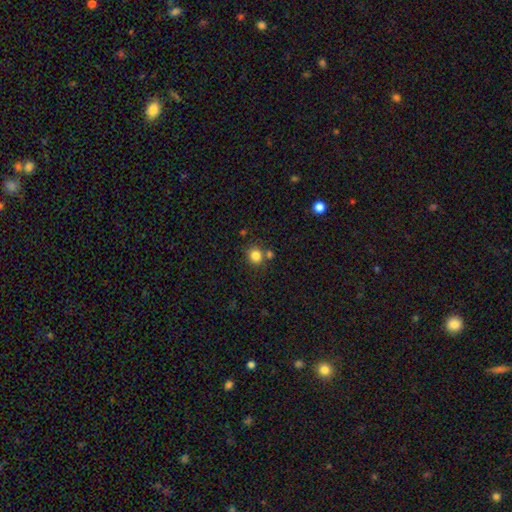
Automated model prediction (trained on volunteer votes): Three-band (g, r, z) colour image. It shows a smooth galaxy with no disk features (83%) that is round (83%). Merging: none (72%).